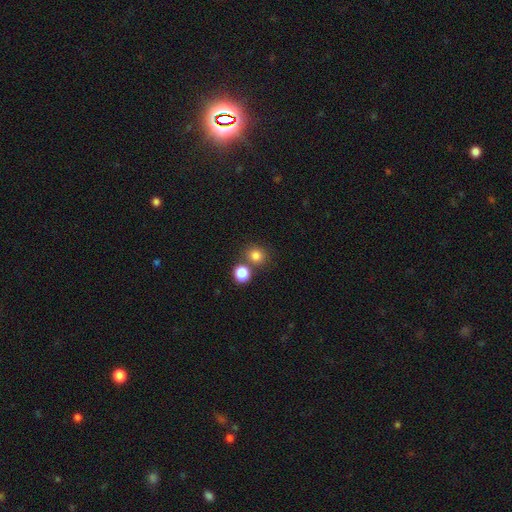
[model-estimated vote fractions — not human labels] Smooth or featured?
  - smooth: 81% *
  - star or artifact: 13%
  - featured or disk: 5%
How rounded?
  - round: 84% *
  - in between: 15%
  - cigar-shaped: 1%
Merging?
  - none: 68% *
  - merger: 21%
  - minor disturbance: 8%
  - major disturbance: 3%